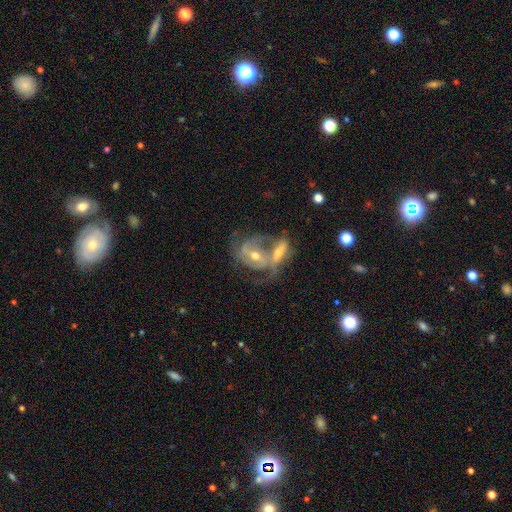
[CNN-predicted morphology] Q: Smooth or featured?
A: featured or disk (81%); runner-up: smooth (12%)
Q: Edge-on disk?
A: no (95%); runner-up: yes (5%)
Q: Bar?
A: no (40%); runner-up: weak (39%)
Q: Spiral arms?
A: yes (89%); runner-up: no (11%)
Q: Spiral winding?
A: medium (47%); runner-up: tight (35%)
Q: Spiral arm count?
A: 2 (68%); runner-up: can't tell (15%)
Q: Bulge size?
A: moderate (60%); runner-up: small (35%)
Q: Merging?
A: merger (61%); runner-up: none (23%)